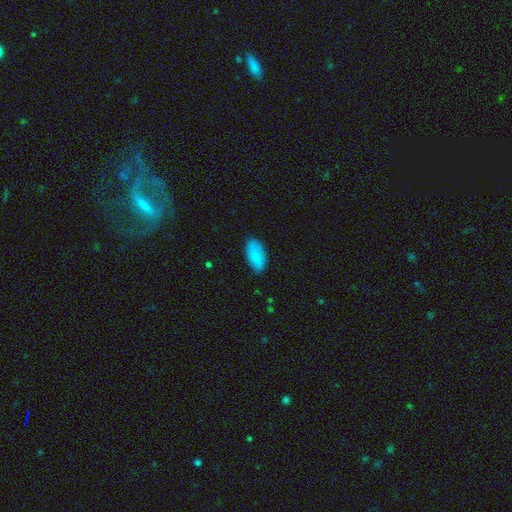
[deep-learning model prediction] This is clearly a smooth galaxy (85%). How rounded: clearly in between (92%). Merging: clearly none (81%).